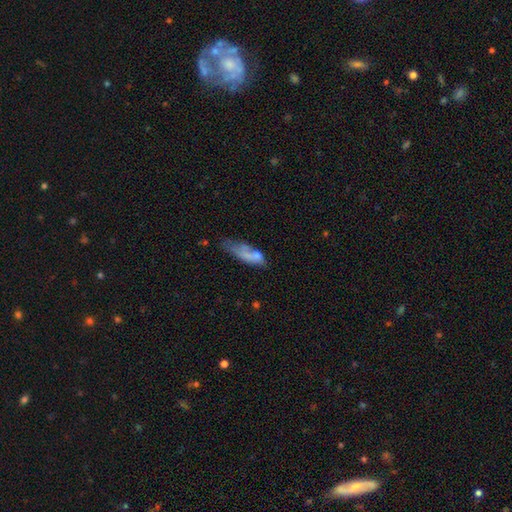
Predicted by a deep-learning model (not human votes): The model was most divided on "merging" (2-way tie): major disturbance: 28%, none: 28%, minor disturbance: 26%, merger: 18%. More confident: how rounded — in between (64%); smooth or featured — smooth (61%).